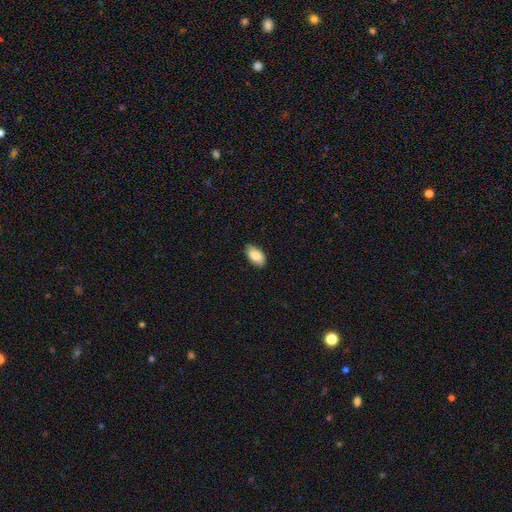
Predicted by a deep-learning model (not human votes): Q: Smooth or featured?
A: smooth (86%); runner-up: featured or disk (7%)
Q: How rounded?
A: in between (95%); runner-up: round (3%)
Q: Merging?
A: none (88%); runner-up: minor disturbance (9%)